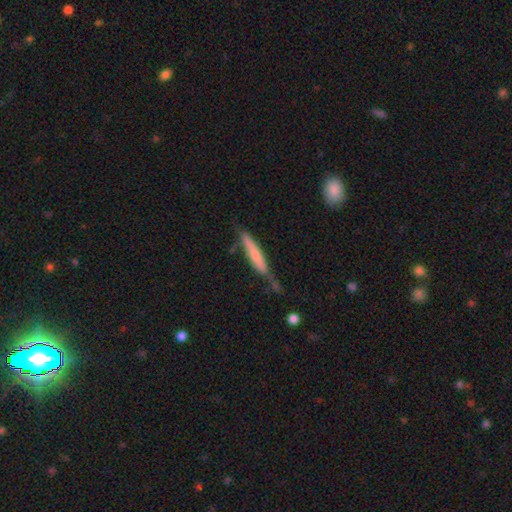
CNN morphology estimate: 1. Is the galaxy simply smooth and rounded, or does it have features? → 62% smooth, 32% featured or disk, 6% star or artifact.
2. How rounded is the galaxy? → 91% cigar-shaped, 8% in between, 1% round.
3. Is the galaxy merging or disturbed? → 51% none, 28% minor disturbance, 11% merger, 11% major disturbance.